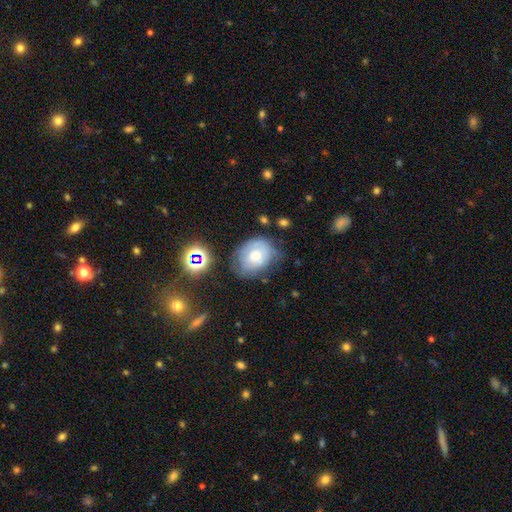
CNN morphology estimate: smooth-or-featured: smooth: 46% | featured or disk: 44% | star or artifact: 10%
  merging: none: 54% | minor disturbance: 30% | major disturbance: 12% | merger: 4%